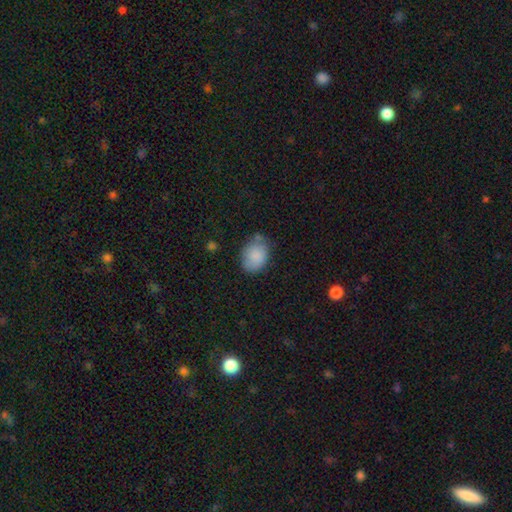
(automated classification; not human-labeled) Overall: smooth (86%). How rounded: in between (66%; round 33%). Merging: none (62%; minor disturbance 26%).